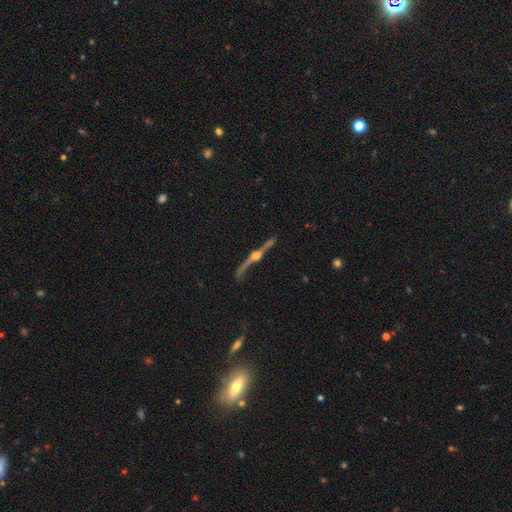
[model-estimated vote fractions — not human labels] Smooth or featured?
  - featured or disk: 88% *
  - smooth: 7%
  - star or artifact: 5%
Edge-on disk?
  - yes: 97% *
  - no: 3%
Edge-on bulge?
  - rounded: 96% *
  - boxy: 2%
  - none: 2%
Merging?
  - none: 80% *
  - minor disturbance: 14%
  - major disturbance: 4%
  - merger: 2%